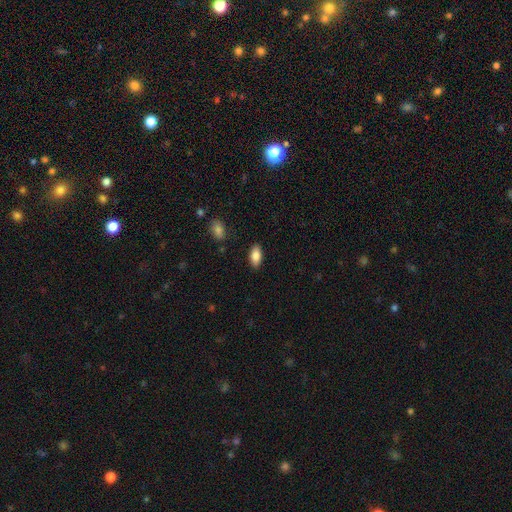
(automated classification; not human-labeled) The model was most divided on "smooth or featured": smooth: 84%, featured or disk: 9%, star or artifact: 7%. More confident: how rounded — in between (90%); merging — none (87%).